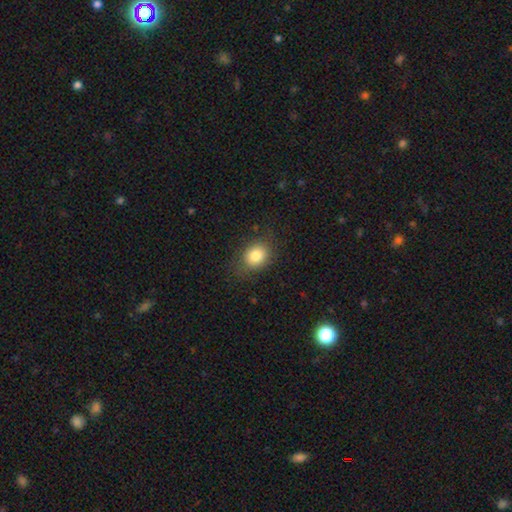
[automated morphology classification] Smooth or featured: smooth — 82% (star or artifact — 10%)
How rounded: in between — 50% (round — 49%)
Merging: none — 77% (minor disturbance — 16%)